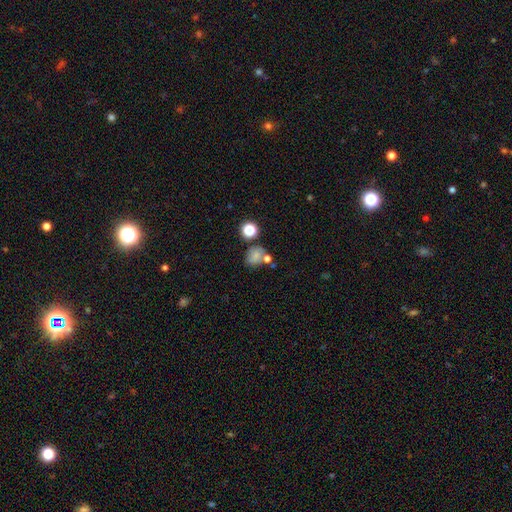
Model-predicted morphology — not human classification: type=smooth (71%); roundness=round (56%); merging=none (51%).